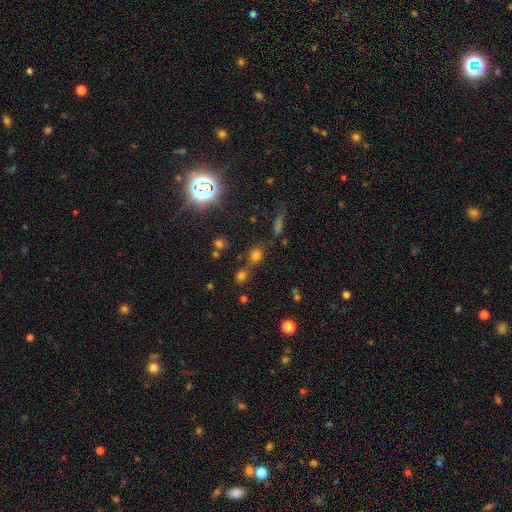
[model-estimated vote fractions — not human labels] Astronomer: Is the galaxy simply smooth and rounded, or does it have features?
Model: star or artifact — 46%, tied with smooth at 46%.